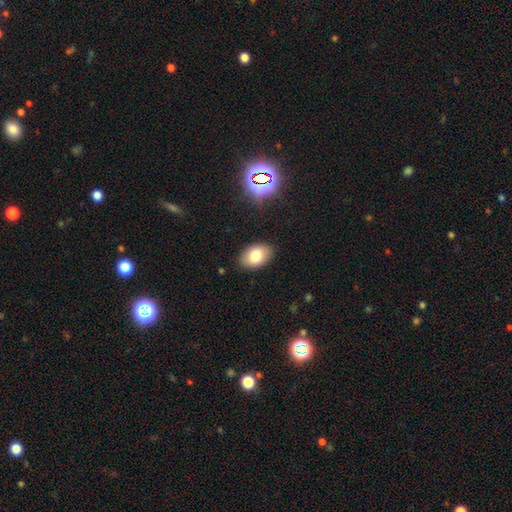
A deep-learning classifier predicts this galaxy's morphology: Overall: smooth (79%). How rounded: in between (88%). Merging: none (87%).